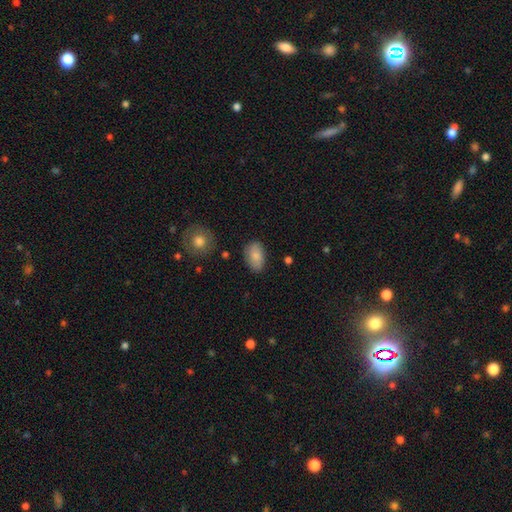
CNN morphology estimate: smooth-or-featured: smooth: 84% | featured or disk: 9% | star or artifact: 7%
  how-rounded: in between: 89% | round: 9% | cigar-shaped: 2%
  merging: none: 77% | minor disturbance: 17% | major disturbance: 4% | merger: 2%